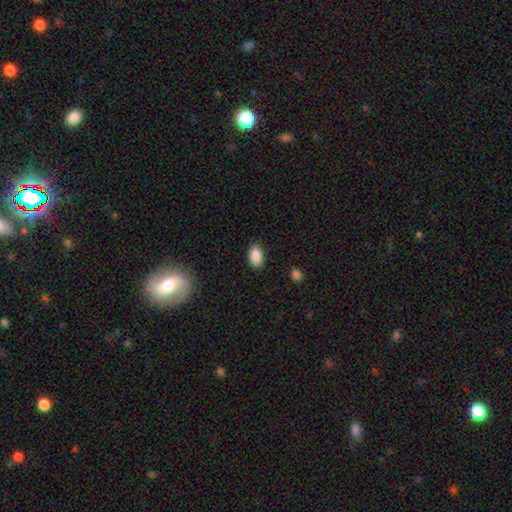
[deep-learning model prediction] Overall: smooth (88%). How rounded: in between (92%). Merging: none (87%).